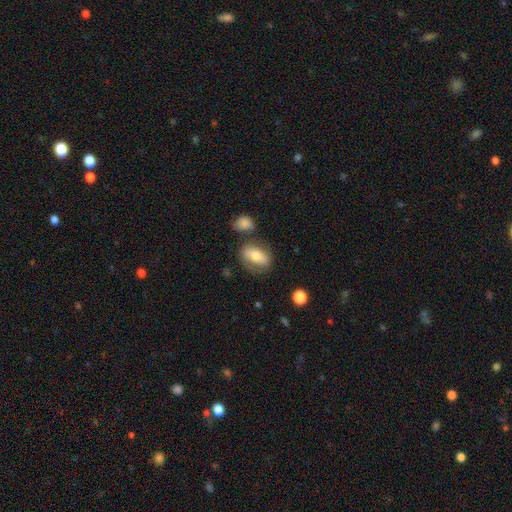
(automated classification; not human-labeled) Smooth or featured?
  - smooth: 65% *
  - featured or disk: 28%
  - star or artifact: 7%
How rounded?
  - in between: 84% *
  - round: 13%
  - cigar-shaped: 3%
Merging?
  - none: 63% *
  - minor disturbance: 17%
  - merger: 12%
  - major disturbance: 8%